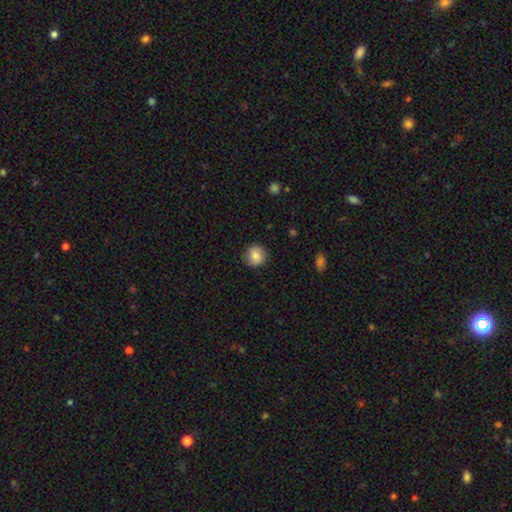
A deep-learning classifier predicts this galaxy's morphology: Smooth or featured? smooth (82%)
How rounded? round (88%)
Merging? none (88%)